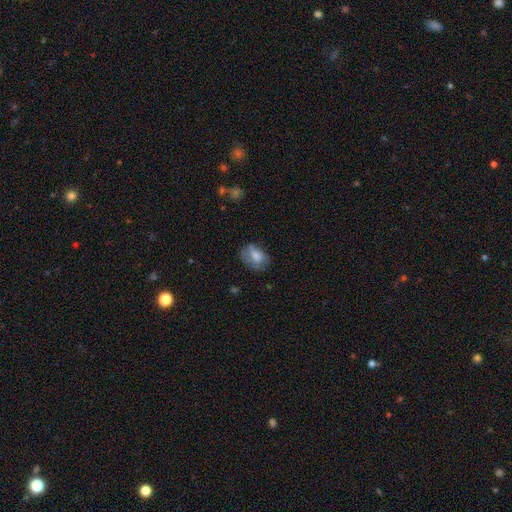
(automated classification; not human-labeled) Smooth or featured?
  - smooth: 70% *
  - featured or disk: 22%
  - star or artifact: 9%
How rounded?
  - in between: 73% *
  - round: 26%
  - cigar-shaped: 1%
Merging?
  - none: 53% *
  - minor disturbance: 29%
  - major disturbance: 14%
  - merger: 3%